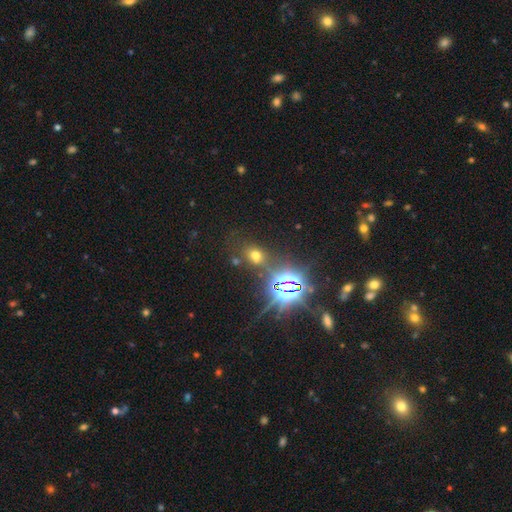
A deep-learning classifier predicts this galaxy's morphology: A smooth galaxy with no disk features (49%). Merging: none (72%).